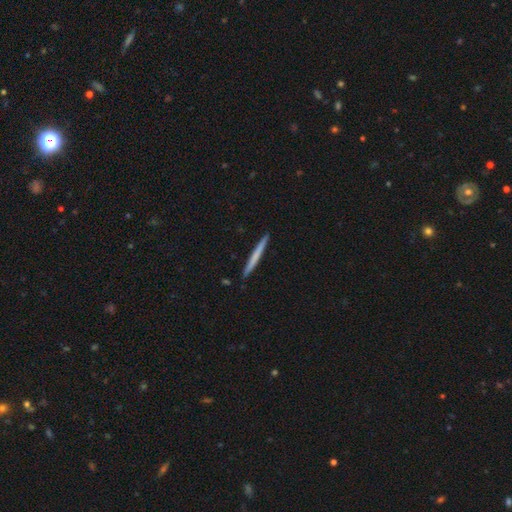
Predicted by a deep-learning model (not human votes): Smooth or featured? smooth (59%)
How rounded? cigar-shaped (97%)
Merging? none (93%)